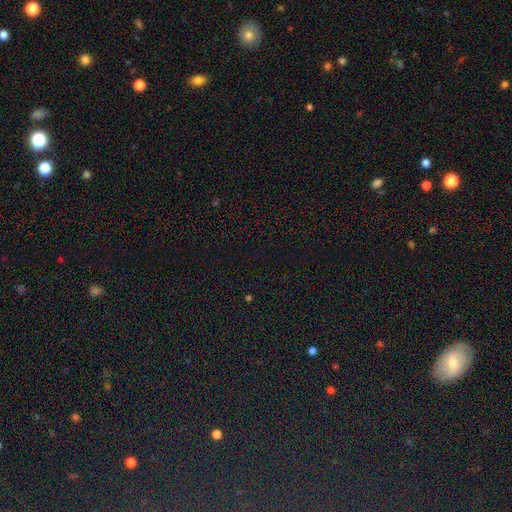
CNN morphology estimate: Smooth or featured? Predicted: star or artifact (p=0.69).